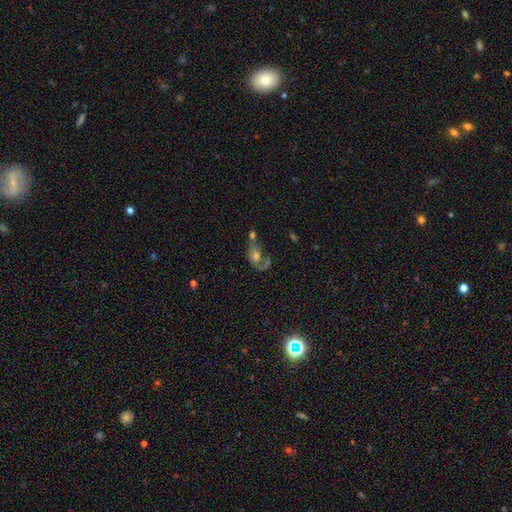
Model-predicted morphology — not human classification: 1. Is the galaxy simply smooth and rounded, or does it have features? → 50% featured or disk, 34% smooth, 16% star or artifact.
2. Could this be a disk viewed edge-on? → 95% no, 5% yes.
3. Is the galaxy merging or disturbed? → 29% merger (tied), 29% none (tied), 28% major disturbance, 15% minor disturbance.